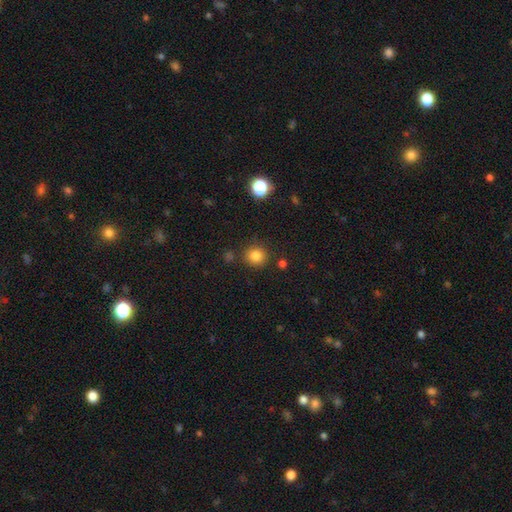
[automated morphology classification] type=smooth (82%); roundness=round (90%); merging=none (84%).